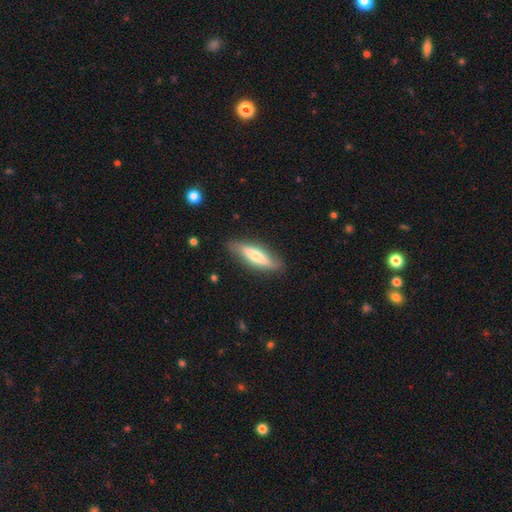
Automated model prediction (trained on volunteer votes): smooth-or-featured: smooth: 55% | featured or disk: 39% | star or artifact: 6%
  how-rounded: cigar-shaped: 66% | in between: 32% | round: 2%
  merging: none: 85% | minor disturbance: 11% | major disturbance: 2% | merger: 1%